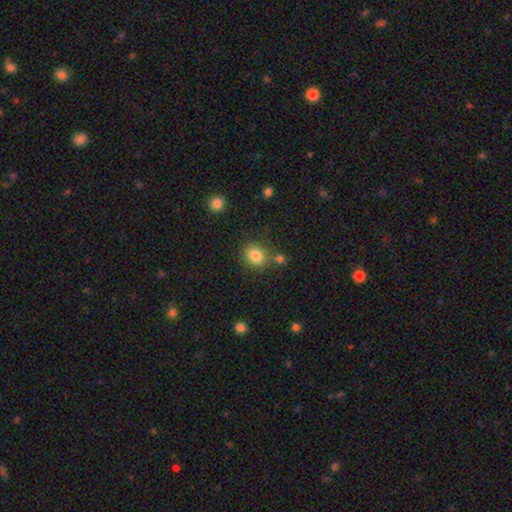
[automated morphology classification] A smooth galaxy with no disk features (83%) that is round (71%). Merging: none (74%).